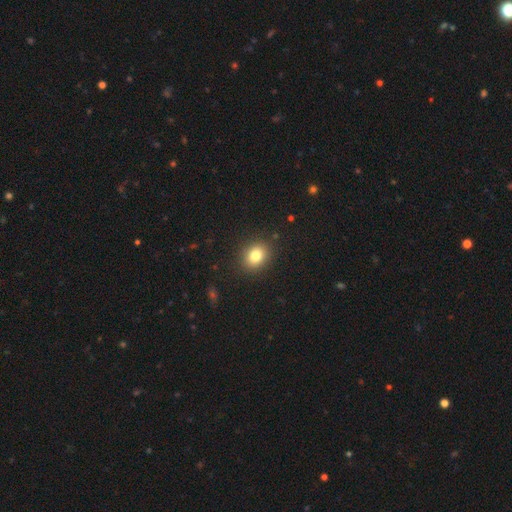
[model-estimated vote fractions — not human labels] This appears to be a smooth galaxy with no disk features (81%) that is round (53%). Merging: none (88%).